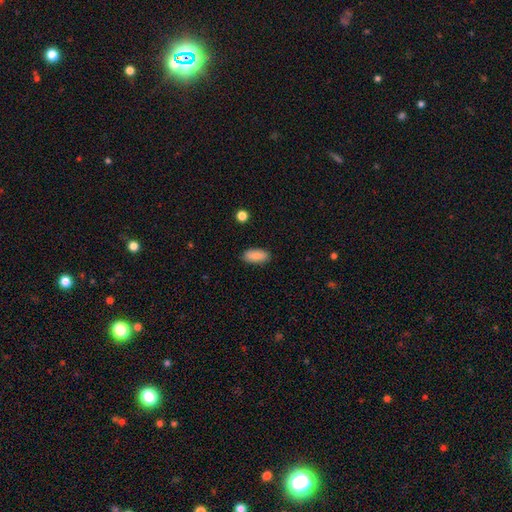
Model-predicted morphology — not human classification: Overall: smooth (88%). How rounded: in between (86%). Merging: none (87%).